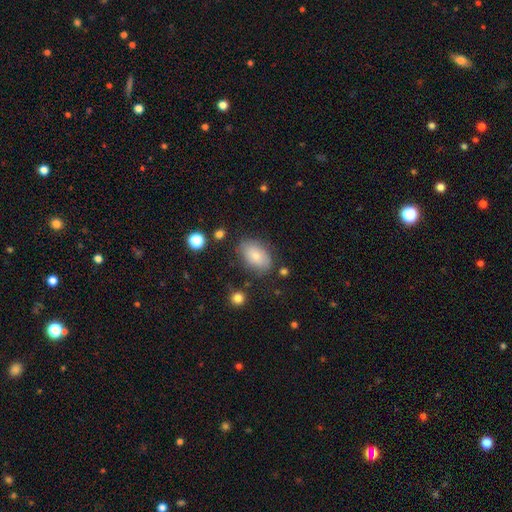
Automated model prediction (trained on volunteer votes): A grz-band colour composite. It shows a smooth galaxy with no disk features (77%) that is in between round and cigar-shaped (89%). Merging: none (76%).